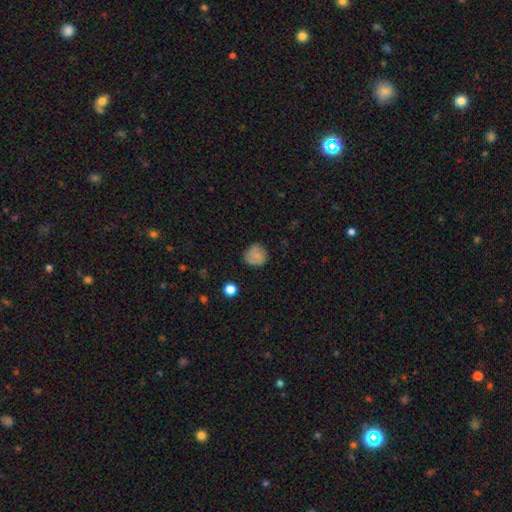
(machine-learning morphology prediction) Overall: smooth (66%). How rounded: round (85%). Merging: none (77%).